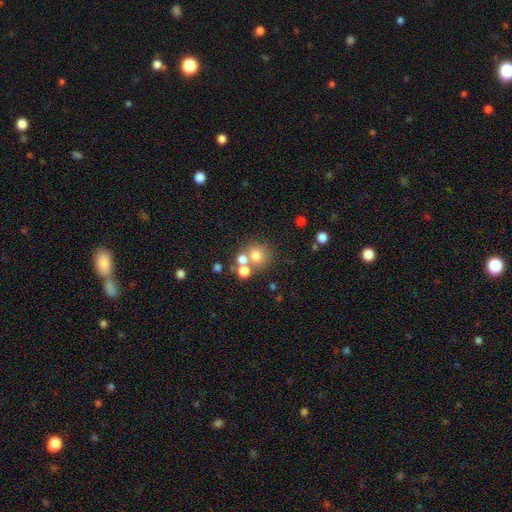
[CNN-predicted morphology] This is likely a smooth galaxy (69%). How rounded: clearly round (86%). Merging: possibly none (51%).